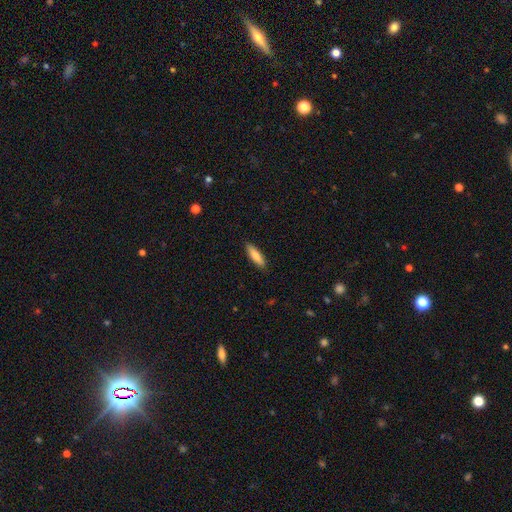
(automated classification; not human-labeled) Overall: smooth (81%). How rounded: cigar-shaped (64%; in between 34%). Merging: none (90%).